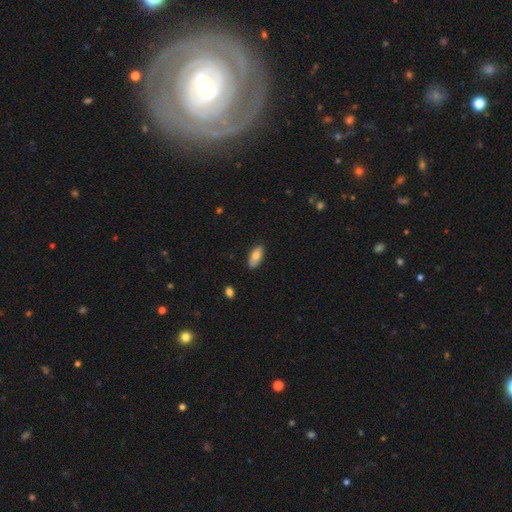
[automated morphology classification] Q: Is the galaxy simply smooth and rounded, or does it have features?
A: smooth — 77%.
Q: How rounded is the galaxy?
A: in between — 89%.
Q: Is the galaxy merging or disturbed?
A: none — 86%.